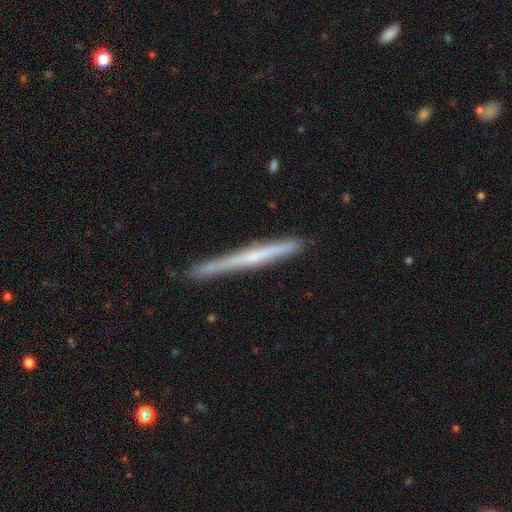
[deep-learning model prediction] A featured or disk galaxy (56%) viewed edge-on (97%) with no central bulge (73%).

Vote fractions:
- Smooth or featured? featured or disk: 56% / smooth: 38% / star or artifact: 6%
- Edge-on disk? yes: 97% / no: 3%
- Edge-on bulge? none: 73% / rounded: 20% / boxy: 7%
- Merging? none: 83% / minor disturbance: 13% / merger: 2% / major disturbance: 2%